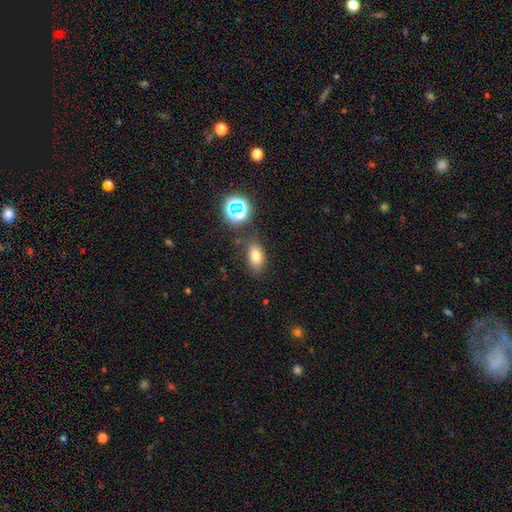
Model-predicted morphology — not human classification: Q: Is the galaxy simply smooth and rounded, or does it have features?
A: smooth — 74%.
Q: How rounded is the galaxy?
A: in between — 83%.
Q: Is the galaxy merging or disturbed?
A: none — 76%.